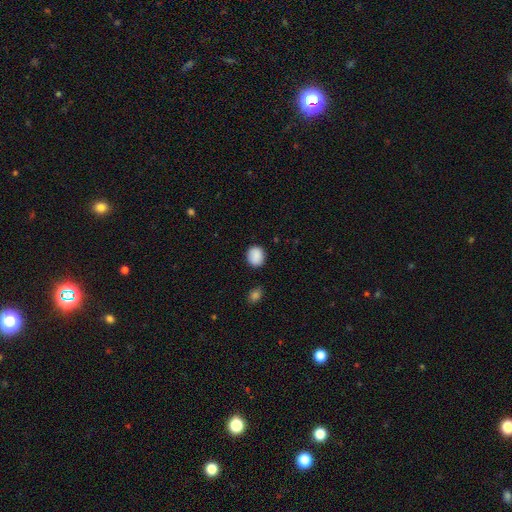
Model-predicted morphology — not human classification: Smooth or featured? smooth (89%)
How rounded? round (70%)
Merging? none (85%)